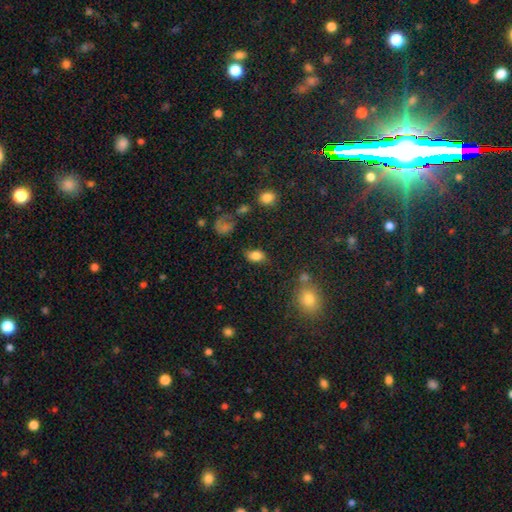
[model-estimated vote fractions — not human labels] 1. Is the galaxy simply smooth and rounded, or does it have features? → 79% smooth, 11% star or artifact, 10% featured or disk.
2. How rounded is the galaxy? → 86% in between, 12% round, 2% cigar-shaped.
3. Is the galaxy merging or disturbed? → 71% none, 18% minor disturbance, 7% major disturbance, 5% merger.